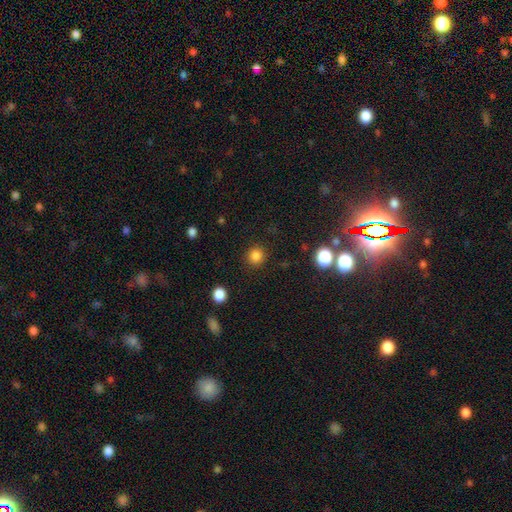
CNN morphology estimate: Smooth or featured? Predicted: smooth (p=0.84). How rounded? Predicted: round (p=0.91). Merging? Predicted: none (p=0.90).